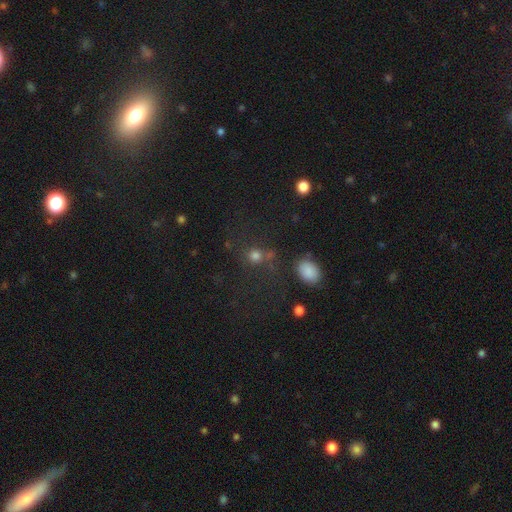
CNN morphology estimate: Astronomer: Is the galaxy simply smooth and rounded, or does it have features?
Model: smooth — 66%.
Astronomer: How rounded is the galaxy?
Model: round — 82%.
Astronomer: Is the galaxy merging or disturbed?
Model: none — 65%.